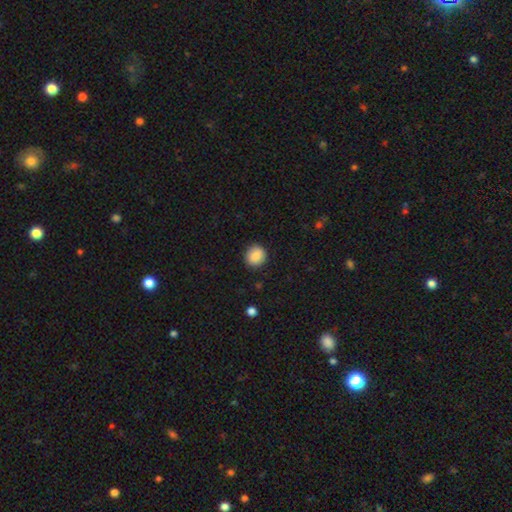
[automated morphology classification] smooth-or-featured: smooth: 87% | star or artifact: 8% | featured or disk: 4%
  how-rounded: round: 84% | in between: 15% | cigar-shaped: 1%
  merging: none: 89% | minor disturbance: 8% | major disturbance: 2% | merger: 1%